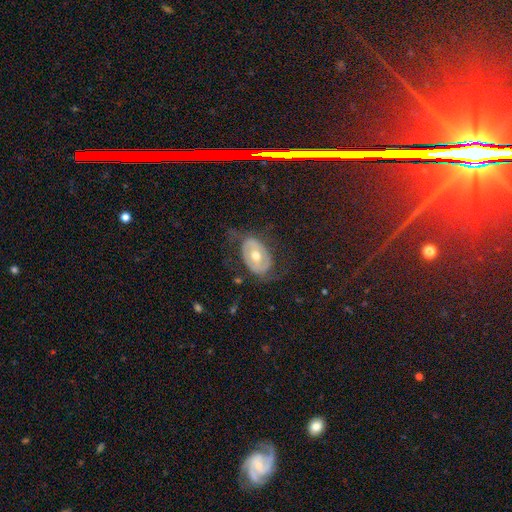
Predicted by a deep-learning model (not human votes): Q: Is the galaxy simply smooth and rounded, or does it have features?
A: featured or disk — 62%.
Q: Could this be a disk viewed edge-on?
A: no — 93%.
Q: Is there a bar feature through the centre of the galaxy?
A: no — 58%.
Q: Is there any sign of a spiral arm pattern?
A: no — 51%.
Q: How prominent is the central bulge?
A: moderate — 74%.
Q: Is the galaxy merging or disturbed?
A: none — 63%.